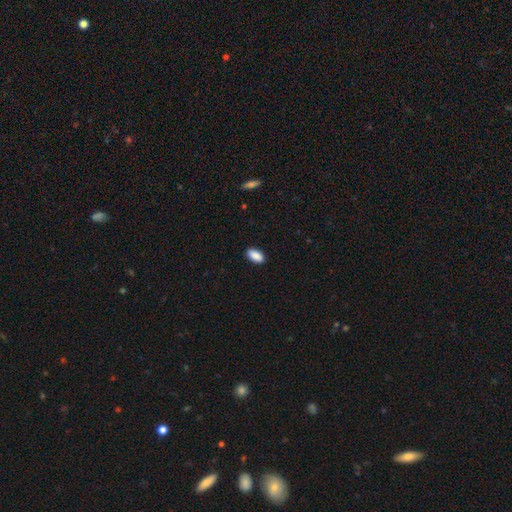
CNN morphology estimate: A smooth galaxy with no disk features (89%) that is in between round and cigar-shaped (91%).

Vote fractions:
- Smooth or featured? smooth: 89% / star or artifact: 7% / featured or disk: 4%
- How rounded? in between: 91% / cigar-shaped: 6% / round: 3%
- Merging? none: 89% / minor disturbance: 9% / major disturbance: 2% / merger: 1%